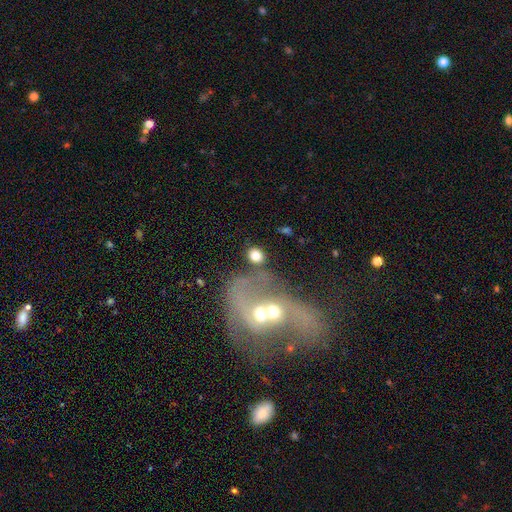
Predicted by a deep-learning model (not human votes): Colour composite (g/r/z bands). It shows a smooth galaxy with no disk features (72%) that is round (63%). Merging: none (53%).